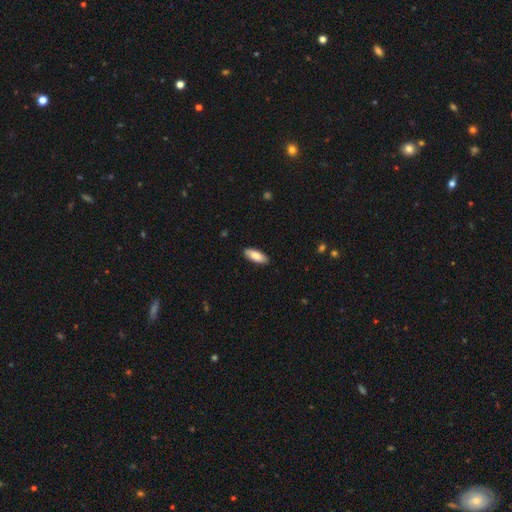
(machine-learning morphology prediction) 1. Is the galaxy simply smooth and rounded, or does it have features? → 83% smooth, 12% featured or disk, 6% star or artifact.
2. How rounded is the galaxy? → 77% in between, 22% cigar-shaped, 2% round.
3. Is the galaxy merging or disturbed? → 89% none, 9% minor disturbance, 2% major disturbance, 1% merger.